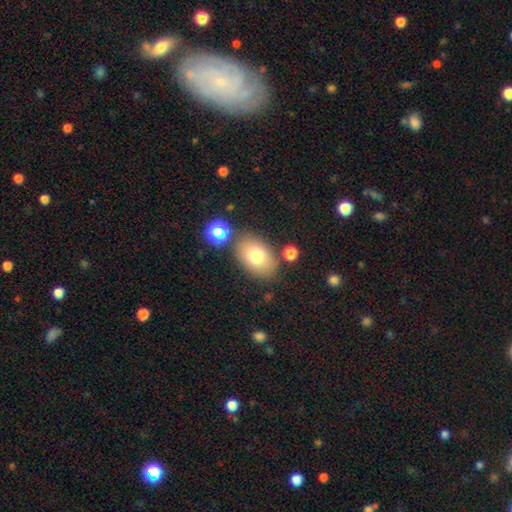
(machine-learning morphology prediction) type=smooth (76%); roundness=in between (84%); merging=none (76%).